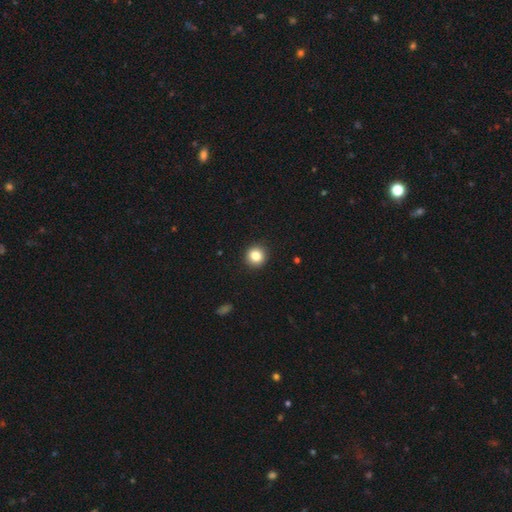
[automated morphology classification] Smooth or featured?
  - smooth: 84% *
  - star or artifact: 10%
  - featured or disk: 6%
How rounded?
  - round: 92% *
  - in between: 7%
  - cigar-shaped: 1%
Merging?
  - none: 93% *
  - minor disturbance: 5%
  - major disturbance: 2%
  - merger: 1%